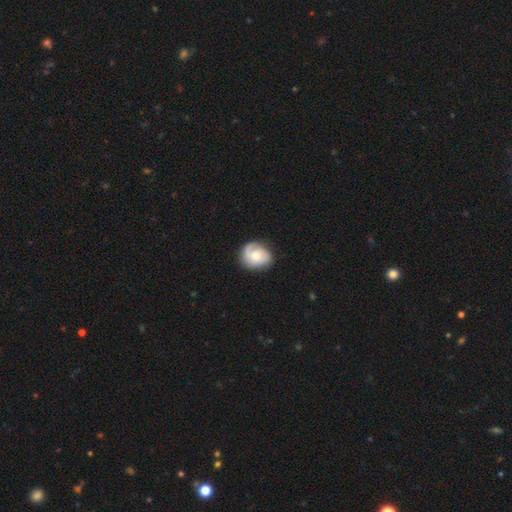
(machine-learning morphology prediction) A featured or disk galaxy (52%) with no bar (73%), spiral arms (82%) and a moderate central bulge (61%).

Vote fractions:
- Smooth or featured? featured or disk: 52% / smooth: 41% / star or artifact: 6%
- Edge-on disk? no: 97% / yes: 3%
- Bar? no: 73% / weak: 23% / strong: 4%
- Spiral arms? yes: 82% / no: 18%
- Bulge size? moderate: 61% / small: 33% / large: 4% / none: 1% / dominant: 1%
- Merging? none: 72% / minor disturbance: 20% / major disturbance: 7% / merger: 1%